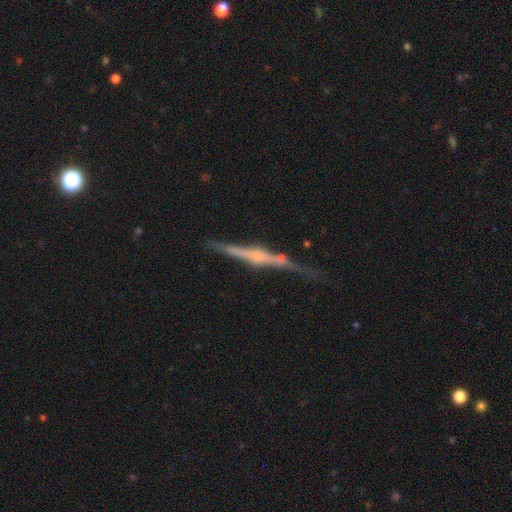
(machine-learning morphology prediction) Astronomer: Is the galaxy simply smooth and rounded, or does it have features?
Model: featured or disk — 80%.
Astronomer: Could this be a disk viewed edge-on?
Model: yes — 97%.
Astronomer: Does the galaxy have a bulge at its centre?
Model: rounded — 63%.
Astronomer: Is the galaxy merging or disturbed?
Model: none — 75%.